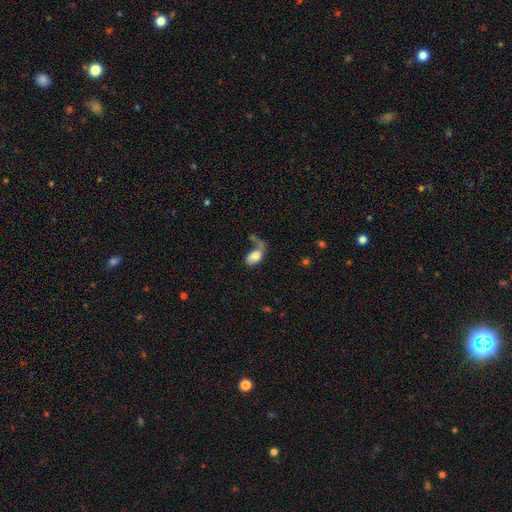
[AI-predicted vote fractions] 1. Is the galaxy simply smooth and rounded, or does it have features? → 50% smooth, 42% featured or disk, 8% star or artifact.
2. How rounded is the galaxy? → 86% in between, 10% round, 4% cigar-shaped.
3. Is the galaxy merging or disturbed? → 47% major disturbance, 24% none, 16% minor disturbance, 13% merger.